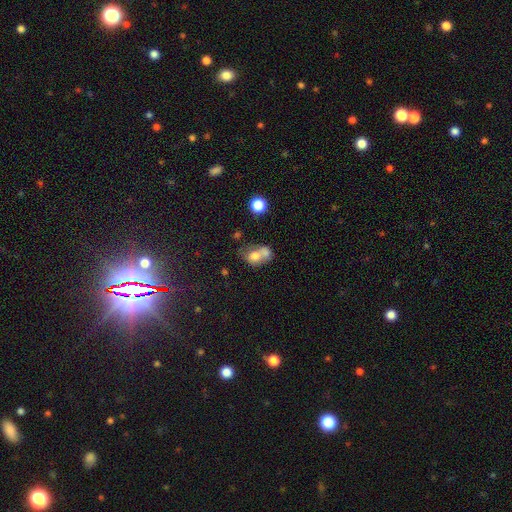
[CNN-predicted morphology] The model was most divided on "how rounded": in between: 54%, round: 44%, cigar-shaped: 1%. More confident: smooth or featured — smooth (69%); merging — merger (65%).